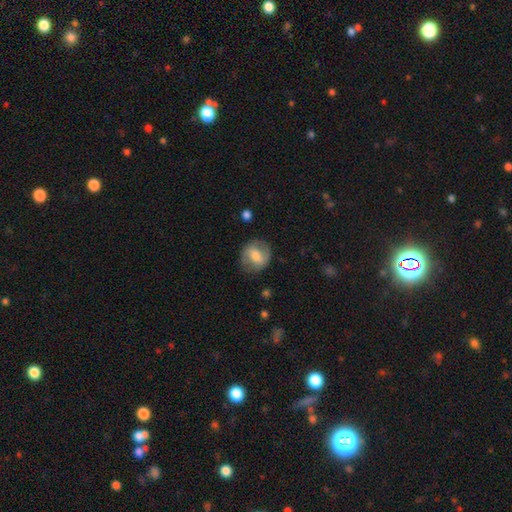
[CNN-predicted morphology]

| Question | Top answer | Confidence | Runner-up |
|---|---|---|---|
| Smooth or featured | smooth | 52% | featured or disk (41%) |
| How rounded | round | 72% | in between (27%) |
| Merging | none | 78% | minor disturbance (15%) |